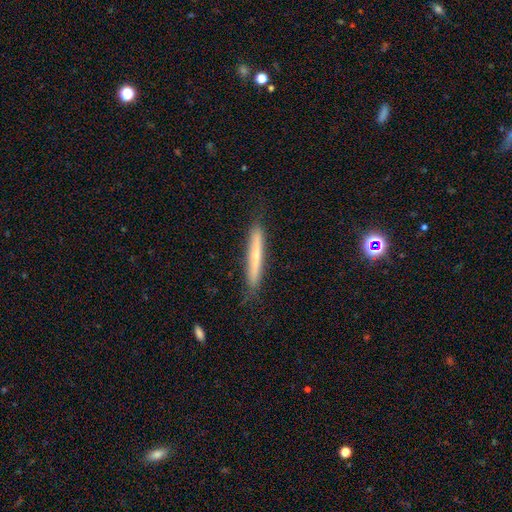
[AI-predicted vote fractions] The model was most divided on "smooth or featured": smooth: 52%, featured or disk: 41%, star or artifact: 7%. More confident: how rounded — cigar-shaped (95%); merging — none (83%).